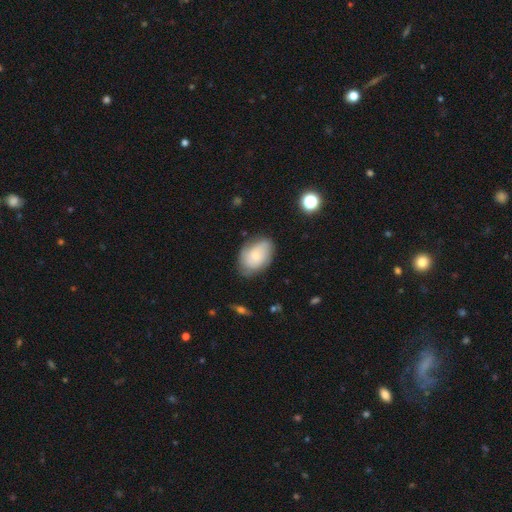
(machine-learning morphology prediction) smooth 61%, featured or disk 31%, star or artifact 7%. Down the decision tree: how rounded — in between (86%); merging — none (70%).